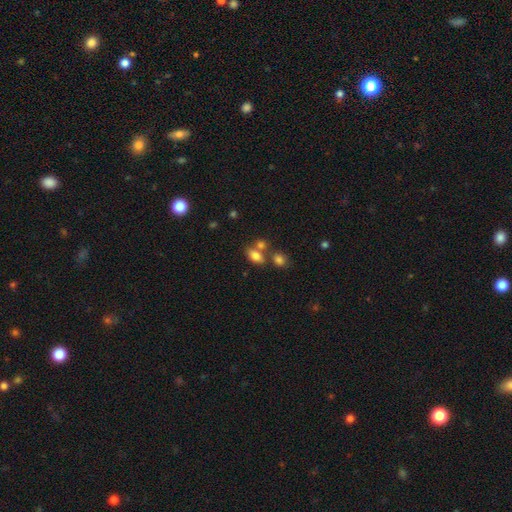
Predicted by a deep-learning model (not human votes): Smooth or featured? smooth (79%)
How rounded? in between (83%)
Merging? none (52%)